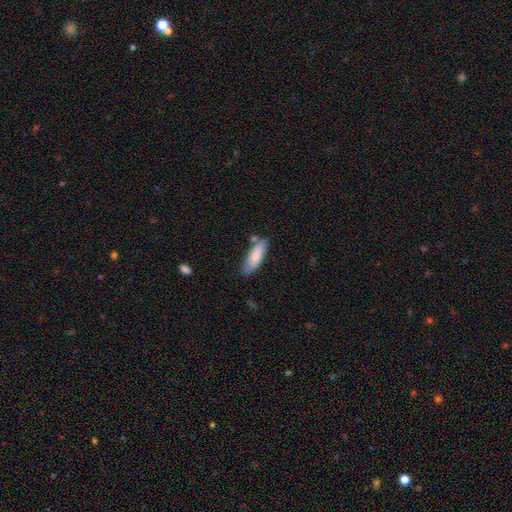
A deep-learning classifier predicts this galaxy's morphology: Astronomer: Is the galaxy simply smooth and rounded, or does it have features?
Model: smooth — 79%.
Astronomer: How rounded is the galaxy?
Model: in between — 63%.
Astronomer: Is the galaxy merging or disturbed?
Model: none — 68%.